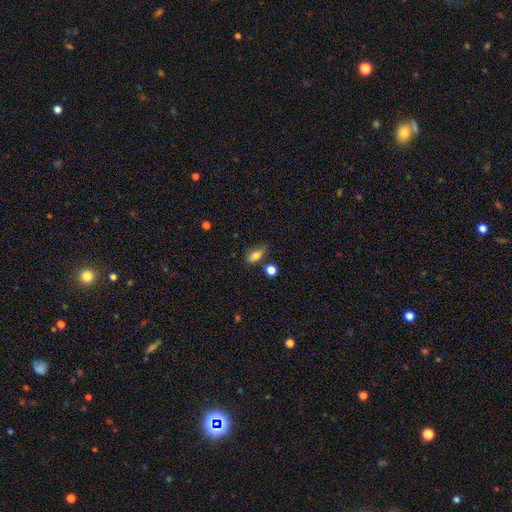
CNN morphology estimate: Smooth or featured? Predicted: smooth (p=0.71). How rounded? Predicted: in between (p=0.77). Merging? Predicted: none (p=0.61).